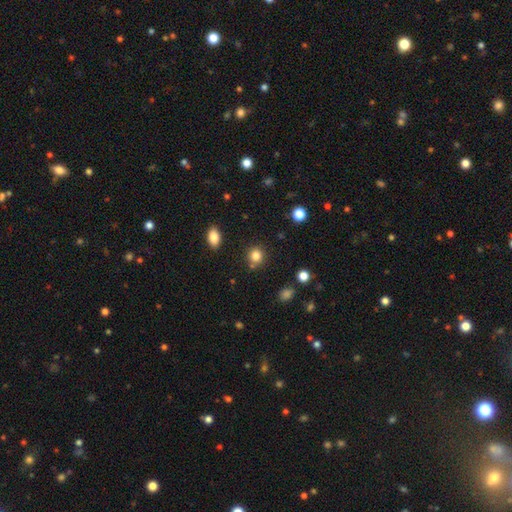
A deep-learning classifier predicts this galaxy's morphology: A smooth galaxy with no disk features (82%) that is round (84%). Merging: none (80%).